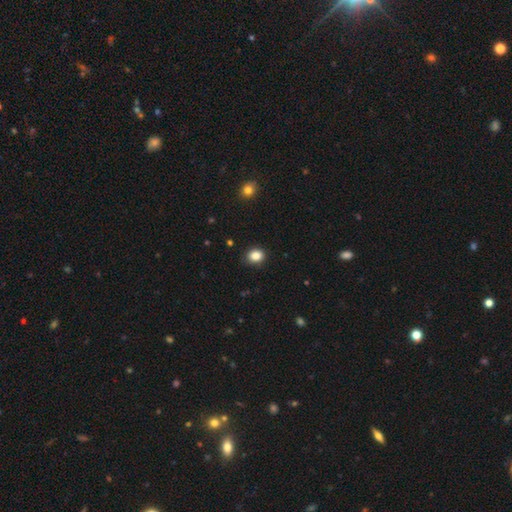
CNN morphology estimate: The model was most divided on "how rounded": round: 57%, in between: 42%, cigar-shaped: 1%. More confident: merging — none (87%); smooth or featured — smooth (85%).